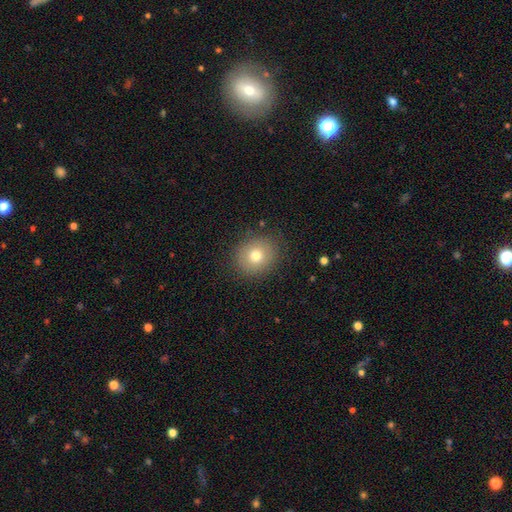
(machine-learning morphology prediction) Smooth or featured? Predicted: smooth (p=0.74). How rounded? Predicted: round (p=0.80). Merging? Predicted: none (p=0.86).